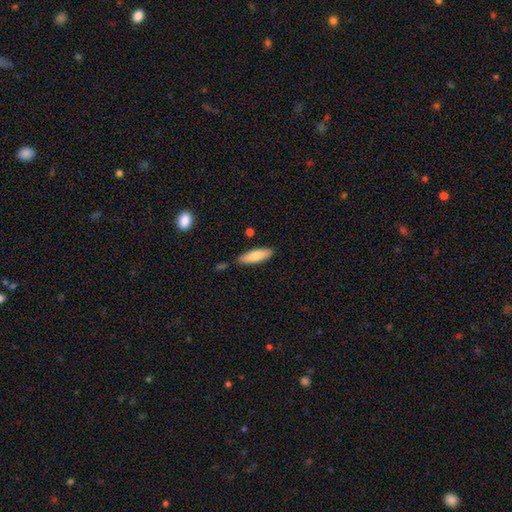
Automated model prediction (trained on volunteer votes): The model was most divided on "how rounded": cigar-shaped: 50%, in between: 49%, round: 2%. More confident: merging — none (82%); smooth or featured — smooth (81%).